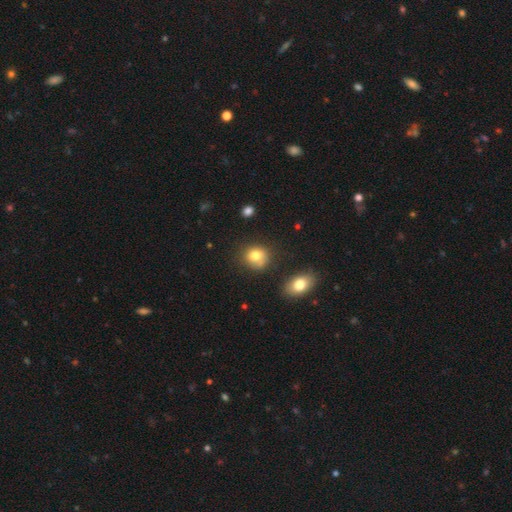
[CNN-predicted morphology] smooth_or_featured: smooth (p=0.79) [alt: star or artifact p=0.11]
how_rounded: round (p=0.75) [alt: in between p=0.24]
merging: none (p=0.67) [alt: minor disturbance p=0.20]